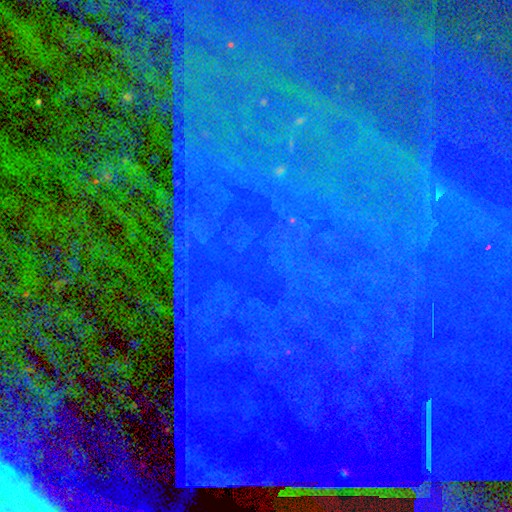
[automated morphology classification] Smooth or featured?
  - star or artifact: 86% *
  - featured or disk: 7%
  - smooth: 7%